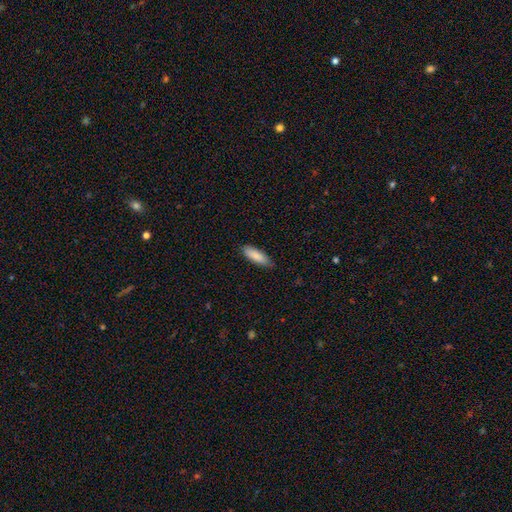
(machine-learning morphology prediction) A smooth galaxy with no disk features (85%) that is in between round and cigar-shaped (58%).

Vote fractions:
- Smooth or featured? smooth: 85% / featured or disk: 9% / star or artifact: 6%
- How rounded? in between: 58% / cigar-shaped: 41% / round: 1%
- Merging? none: 81% / minor disturbance: 15% / major disturbance: 2% / merger: 1%